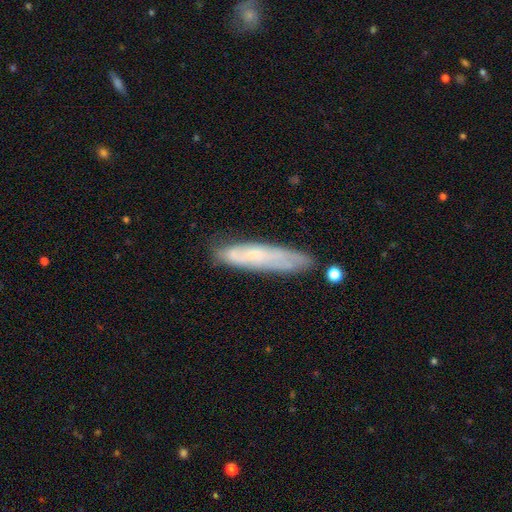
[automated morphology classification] The model was most divided on "smooth or featured": featured or disk: 47%, smooth: 45%, star or artifact: 8%. More confident: merging — none (67%).